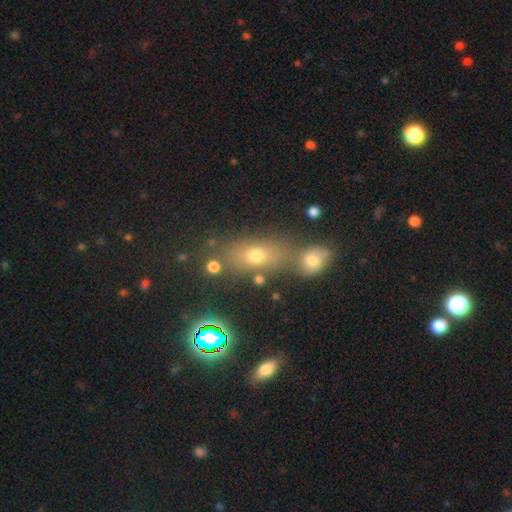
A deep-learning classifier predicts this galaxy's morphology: Smooth or featured? Predicted: smooth (p=0.55). How rounded? Predicted: in between (p=0.66). Merging? Predicted: none (p=0.58).